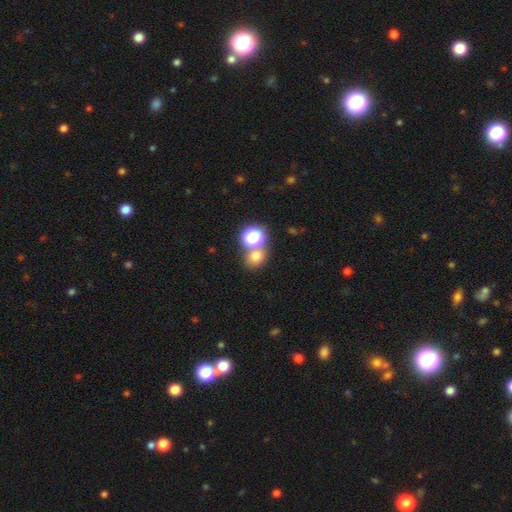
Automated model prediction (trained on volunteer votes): Smooth or featured? smooth (71%)
How rounded? round (73%)
Merging? none (58%)